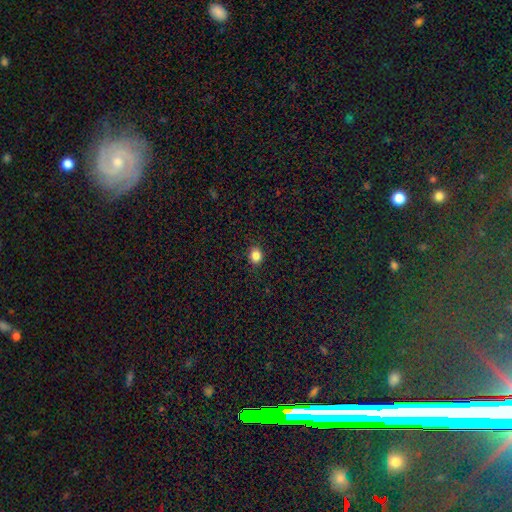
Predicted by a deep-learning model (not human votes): This is clearly a smooth galaxy (84%). How rounded: likely round (70%). Merging: clearly none (90%).